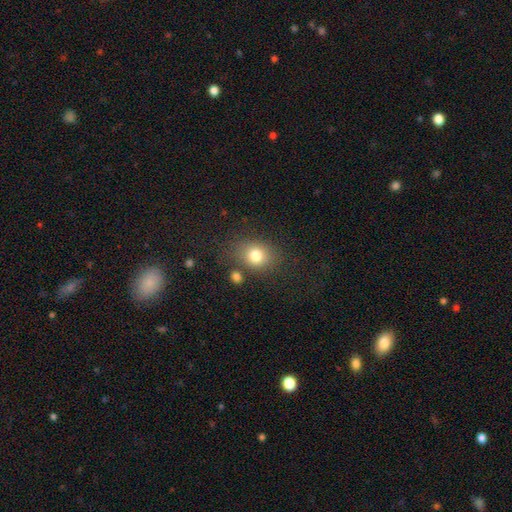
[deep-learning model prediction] Smooth or featured? Predicted: smooth (p=0.79). How rounded? Predicted: round (p=0.57). Merging? Predicted: none (p=0.73).